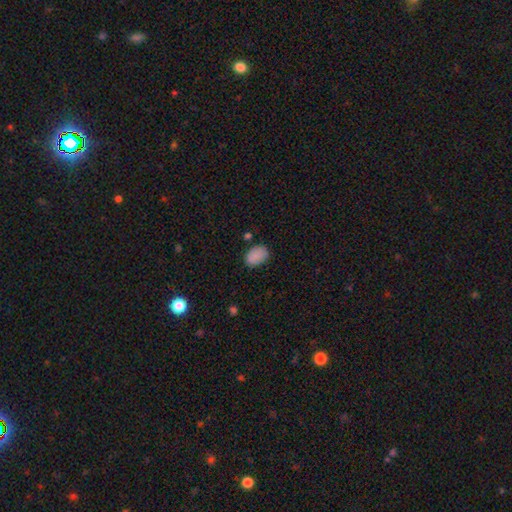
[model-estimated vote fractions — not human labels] This is clearly a smooth galaxy (88%). How rounded: clearly in between (85%). Merging: likely none (79%).